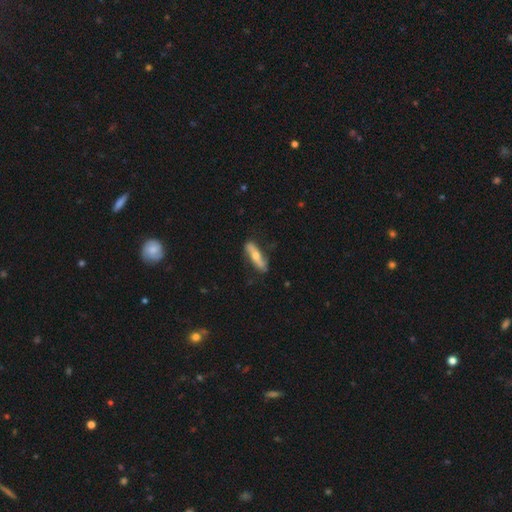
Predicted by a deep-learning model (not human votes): A featured or disk galaxy (52%) viewed edge-on (54%).

Vote fractions:
- Smooth or featured? featured or disk: 52% / smooth: 43% / star or artifact: 5%
- Edge-on disk? yes: 54% / no: 46%
- Merging? none: 79% / minor disturbance: 16% / major disturbance: 4% / merger: 2%